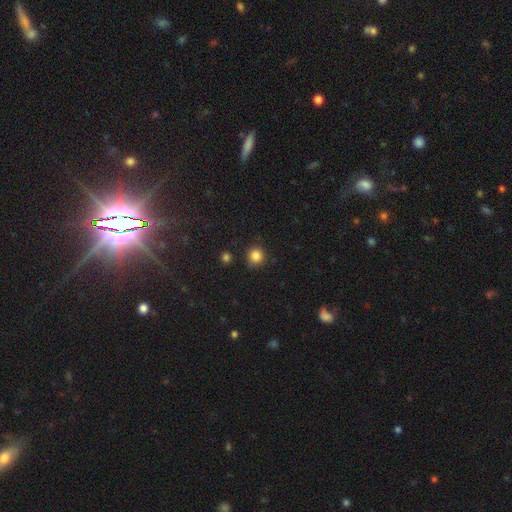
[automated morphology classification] This is clearly a smooth galaxy (85%). How rounded: clearly round (92%). Merging: clearly none (85%).